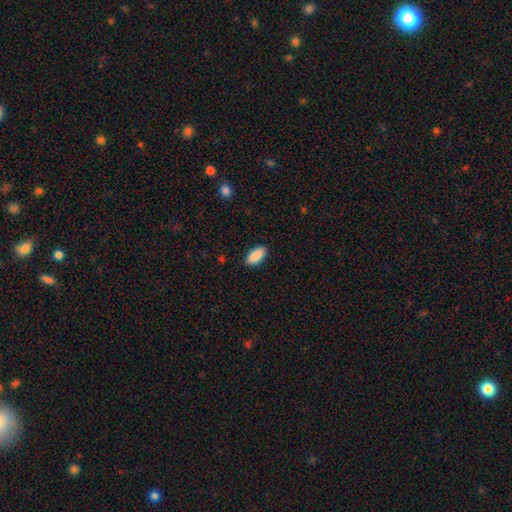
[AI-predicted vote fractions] A smooth galaxy with no disk features (89%) that is in between round and cigar-shaped (85%). Merging: none (88%).